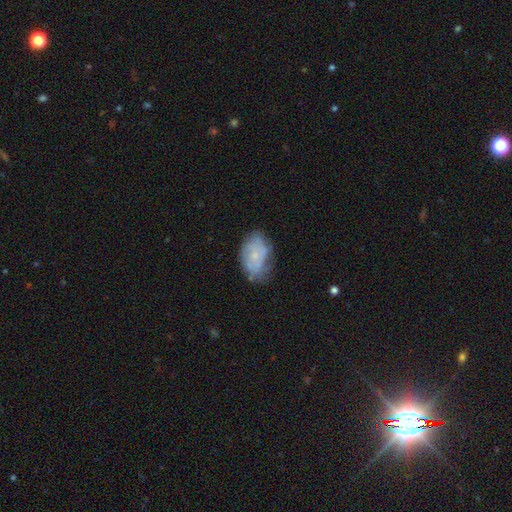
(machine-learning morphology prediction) A smooth galaxy with no disk features (48%).

Vote fractions:
- Smooth or featured? smooth: 48% / featured or disk: 44% / star or artifact: 8%
- Merging? none: 52% / minor disturbance: 33% / major disturbance: 12% / merger: 3%